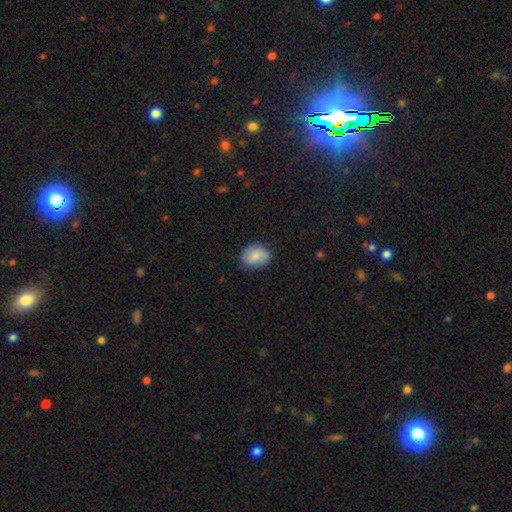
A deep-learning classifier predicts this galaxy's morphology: The model was most divided on "how rounded": in between: 59%, round: 40%, cigar-shaped: 1%. More confident: smooth or featured — smooth (80%); merging — none (80%).